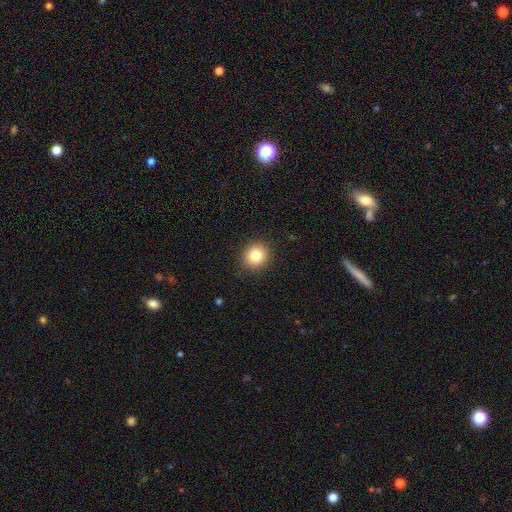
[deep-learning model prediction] Morphology: type=smooth (82%); roundness=round (81%); merging=none (89%).